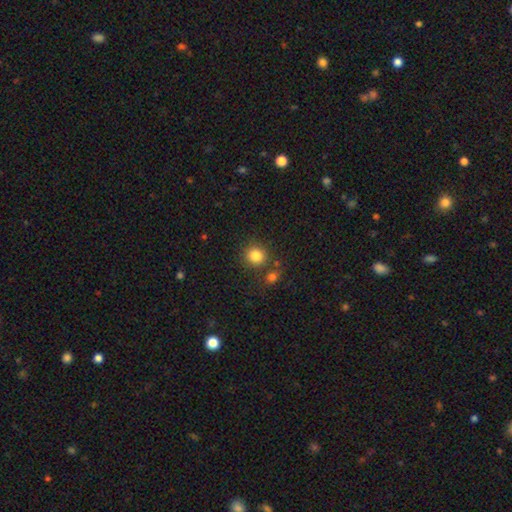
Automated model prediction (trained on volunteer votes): This appears to be a smooth galaxy with no disk features (83%) that is round (90%). Merging: none (79%).